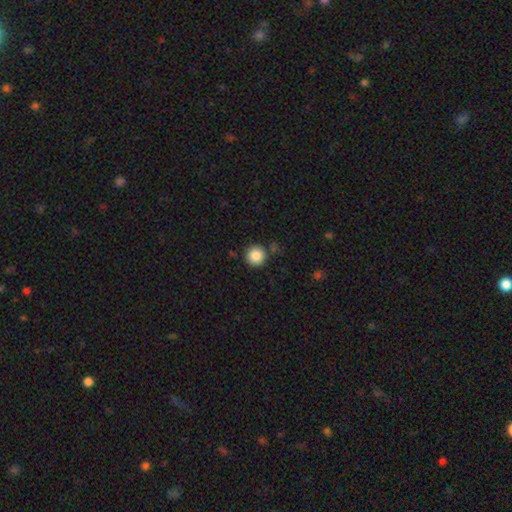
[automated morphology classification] type=smooth (86%); roundness=round (95%); merging=none (87%).